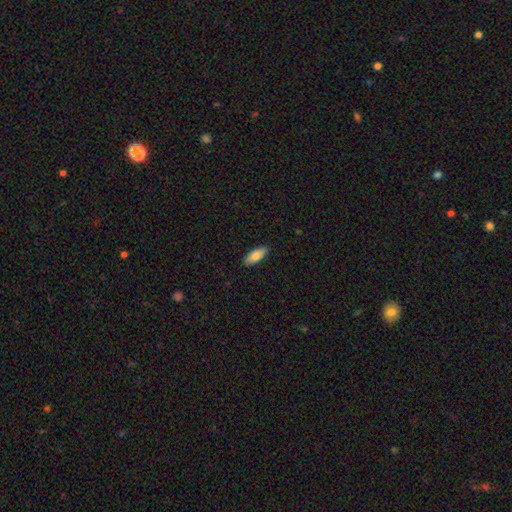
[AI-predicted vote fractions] Smooth or featured? Predicted: smooth (p=0.78). How rounded? Predicted: in between (p=0.73). Merging? Predicted: none (p=0.89).